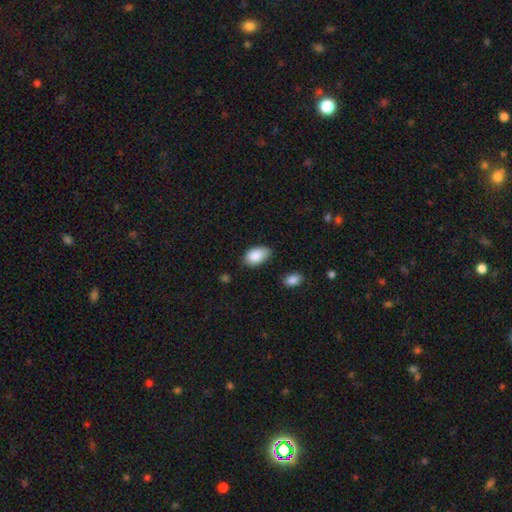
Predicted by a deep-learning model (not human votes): This appears to be a smooth galaxy with no disk features (89%) that is in between round and cigar-shaped (93%). Merging: none (75%).